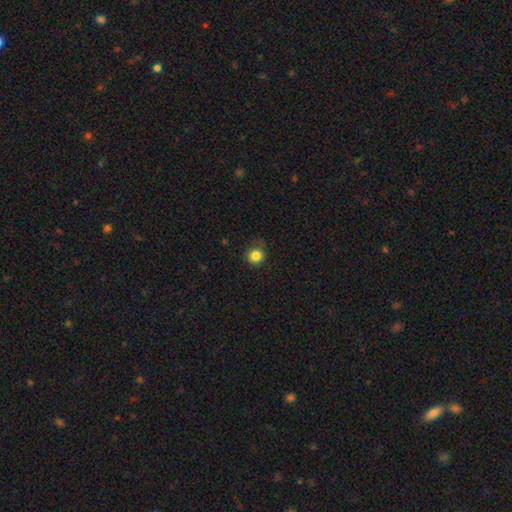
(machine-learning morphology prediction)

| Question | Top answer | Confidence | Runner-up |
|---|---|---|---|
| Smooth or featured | smooth | 84% | star or artifact (12%) |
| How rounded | round | 91% | in between (8%) |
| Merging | none | 80% | minor disturbance (15%) |